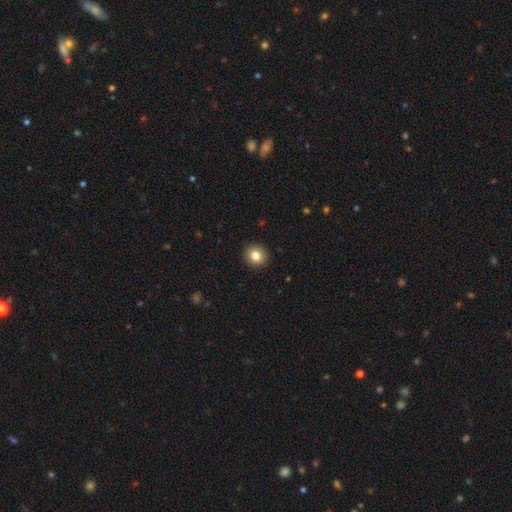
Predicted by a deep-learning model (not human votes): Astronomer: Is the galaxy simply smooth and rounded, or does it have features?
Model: smooth — 83%.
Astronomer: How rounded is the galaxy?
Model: round — 92%.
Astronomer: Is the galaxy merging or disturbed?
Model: none — 93%.